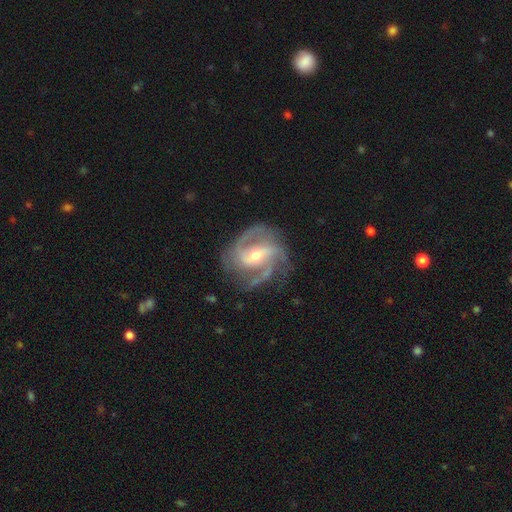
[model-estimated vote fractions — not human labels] Smooth or featured: featured or disk — 91% (star or artifact — 5%)
Edge-on disk: no — 98% (yes — 2%)
Bar: weak — 42% (strong — 34%)
Spiral arms: yes — 98% (no — 2%)
Spiral winding: medium — 53% (tight — 32%)
Spiral arm count: 3 — 42% (2 — 35%)
Bulge size: moderate — 56% (small — 40%)
Merging: none — 73% (minor disturbance — 17%)